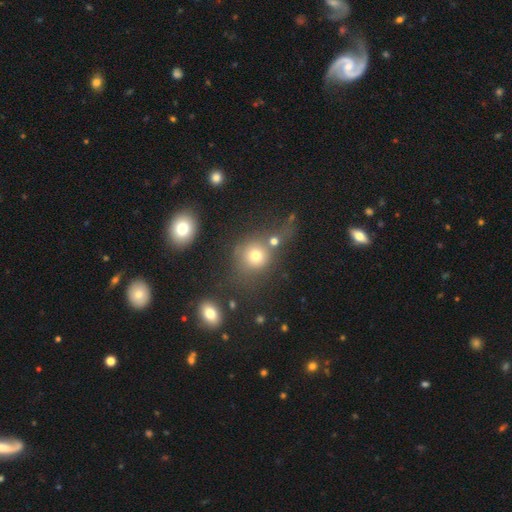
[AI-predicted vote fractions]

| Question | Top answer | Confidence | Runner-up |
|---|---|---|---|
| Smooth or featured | smooth | 71% | star or artifact (16%) |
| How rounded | round | 84% | in between (15%) |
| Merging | none | 49% | merger (28%) |